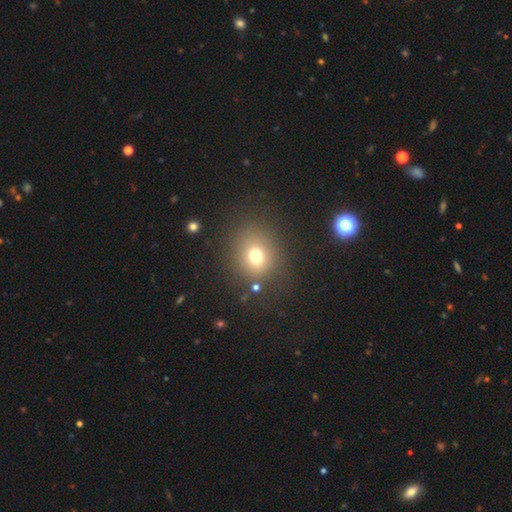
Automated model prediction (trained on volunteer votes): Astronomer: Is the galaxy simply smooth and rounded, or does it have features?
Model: smooth — 72%.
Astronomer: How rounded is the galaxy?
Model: round — 76%.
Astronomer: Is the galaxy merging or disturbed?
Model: none — 80%.